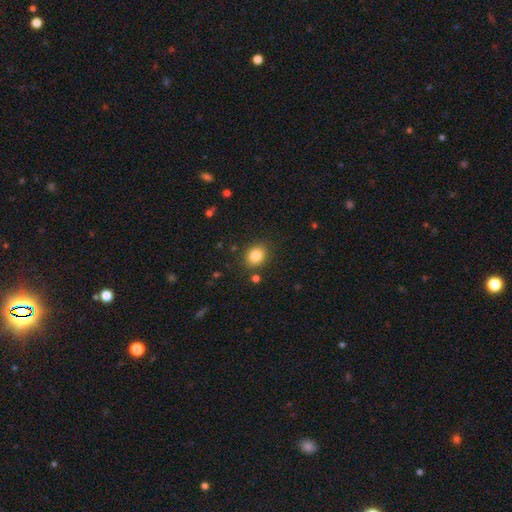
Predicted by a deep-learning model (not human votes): The model was most divided on "how rounded": round: 61%, in between: 38%, cigar-shaped: 1%. More confident: merging — none (85%); smooth or featured — smooth (83%).